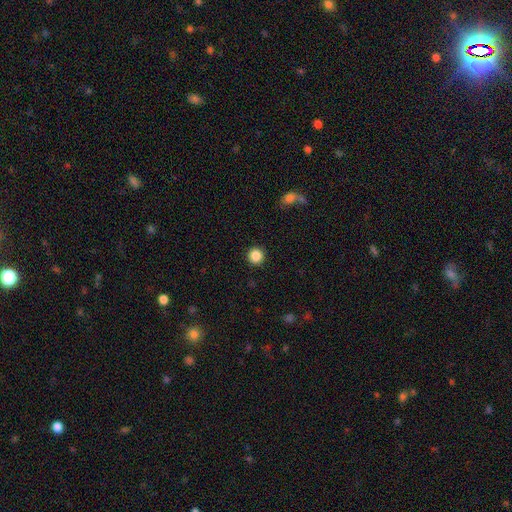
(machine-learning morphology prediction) Smooth or featured?
  - smooth: 87% *
  - star or artifact: 10%
  - featured or disk: 3%
How rounded?
  - round: 95% *
  - in between: 4%
  - cigar-shaped: 1%
Merging?
  - none: 93% *
  - minor disturbance: 4%
  - major disturbance: 2%
  - merger: 1%